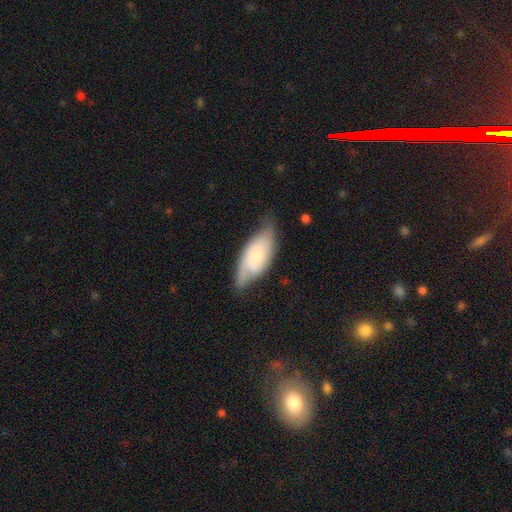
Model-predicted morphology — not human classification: smooth_or_featured: featured or disk (p=0.58) [alt: smooth p=0.36]
disk_edge_on: no (p=0.87) [alt: yes p=0.13]
bar: no (p=0.72) [alt: weak p=0.23]
has_spiral_arms: yes (p=0.86) [alt: no p=0.14]
bulge_size: small (p=0.58) [alt: moderate p=0.32]
merging: none (p=0.63) [alt: minor disturbance p=0.27]